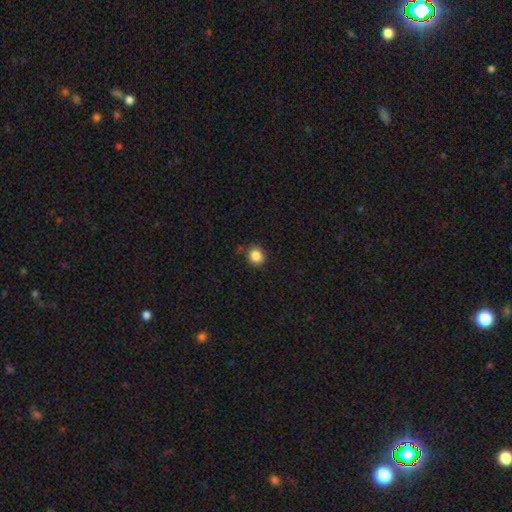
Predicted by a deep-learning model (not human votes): A smooth galaxy with no disk features (85%) that is round (81%). Merging: none (82%).